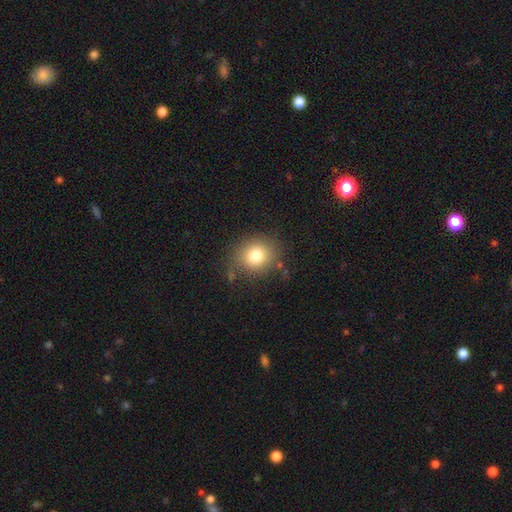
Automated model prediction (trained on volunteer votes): The model was most divided on "how rounded": round: 76%, in between: 23%, cigar-shaped: 1%. More confident: smooth or featured — smooth (80%); merging — none (77%).